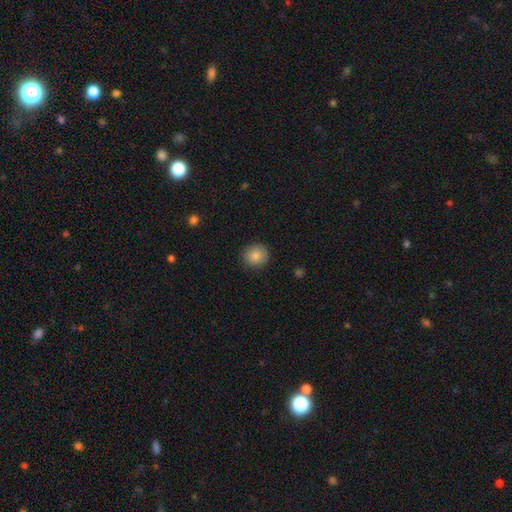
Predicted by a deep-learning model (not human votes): A smooth galaxy with no disk features (85%) that is round (85%).

Vote fractions:
- Smooth or featured? smooth: 85% / star or artifact: 9% / featured or disk: 6%
- How rounded? round: 85% / in between: 14% / cigar-shaped: 1%
- Merging? none: 89% / minor disturbance: 8% / major disturbance: 2% / merger: 1%